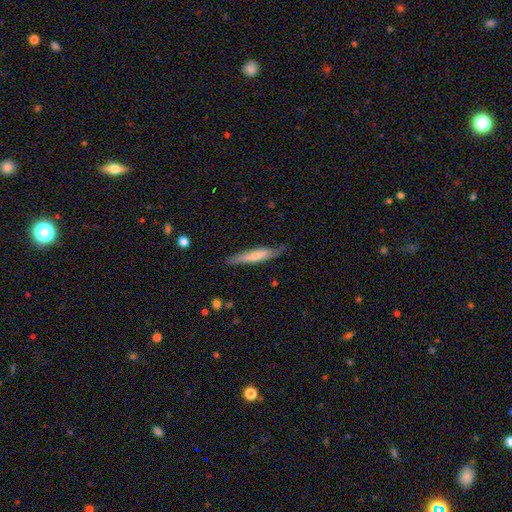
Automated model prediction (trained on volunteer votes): Smooth or featured: smooth — 59% (featured or disk — 36%)
How rounded: cigar-shaped — 88% (in between — 11%)
Merging: none — 77% (minor disturbance — 18%)